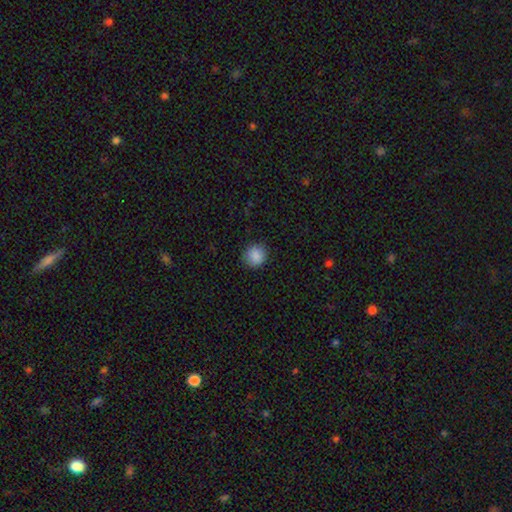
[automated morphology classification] Q: Smooth or featured?
A: smooth (88%); runner-up: star or artifact (9%)
Q: How rounded?
A: round (88%); runner-up: in between (11%)
Q: Merging?
A: none (88%); runner-up: minor disturbance (9%)